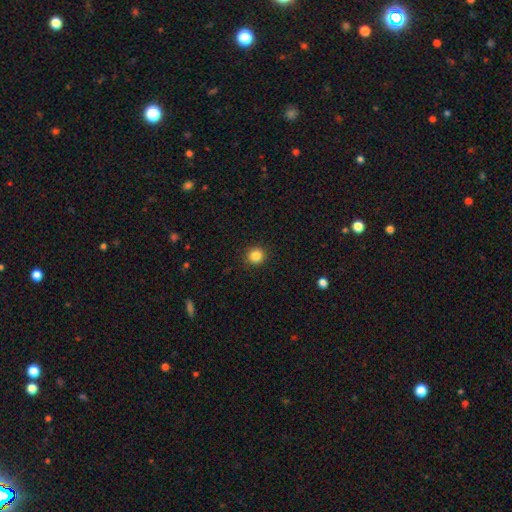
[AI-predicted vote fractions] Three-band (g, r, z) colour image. It shows a smooth galaxy with no disk features (85%) that is round (93%). Merging: none (92%).